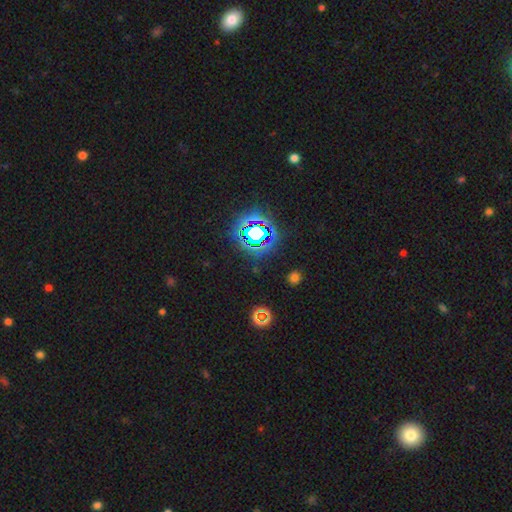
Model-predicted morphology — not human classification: smooth_or_featured: star or artifact (p=0.80) [alt: smooth p=0.13]